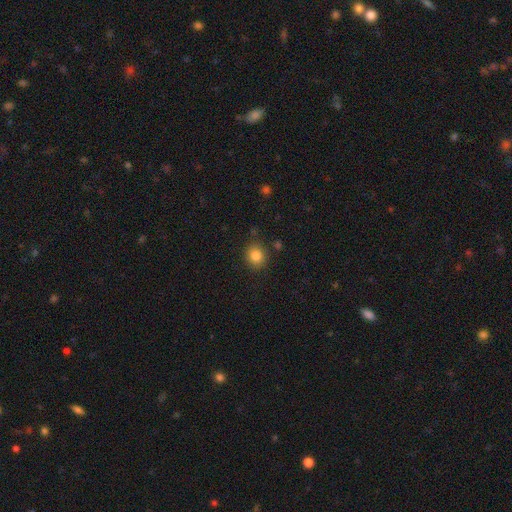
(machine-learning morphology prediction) Smooth or featured: smooth — 83% (star or artifact — 11%)
How rounded: round — 79% (in between — 20%)
Merging: none — 85% (minor disturbance — 9%)